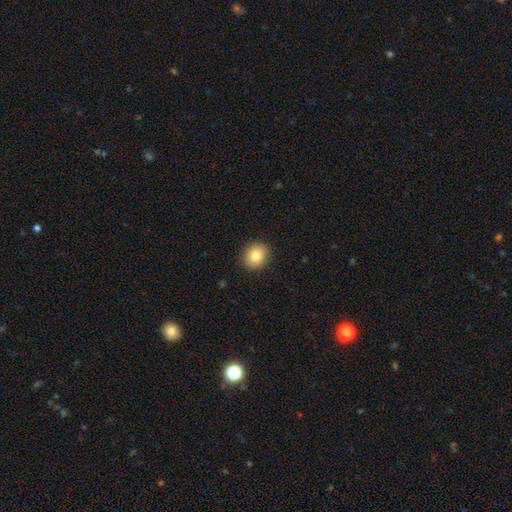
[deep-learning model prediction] Smooth or featured? smooth (80%)
How rounded? round (81%)
Merging? none (91%)